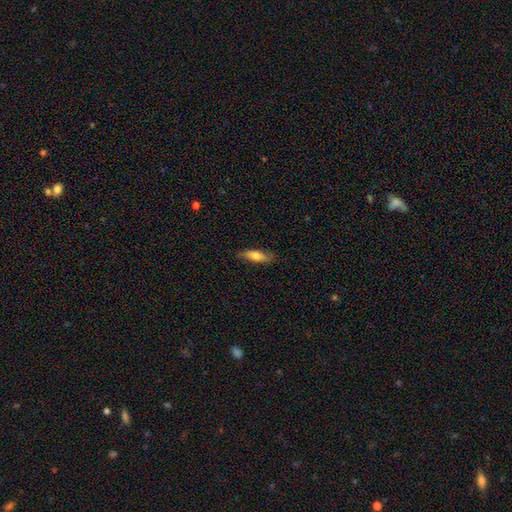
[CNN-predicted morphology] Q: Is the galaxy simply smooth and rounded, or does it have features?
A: smooth — 68%.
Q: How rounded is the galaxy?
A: in between — 49%.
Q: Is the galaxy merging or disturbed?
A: none — 81%.